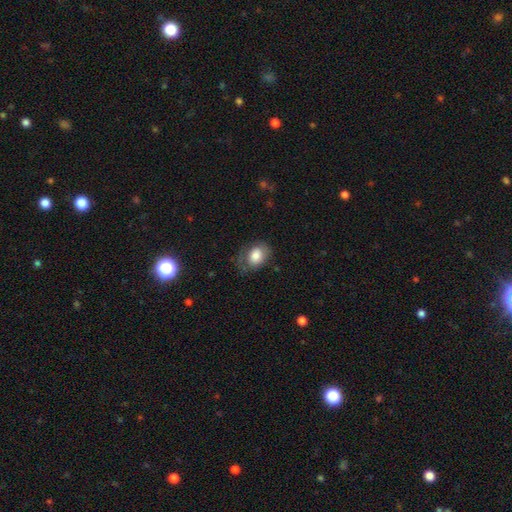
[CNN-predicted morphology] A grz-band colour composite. It shows a smooth galaxy with no disk features (74%) that is in between round and cigar-shaped (71%). Merging: none (57%).